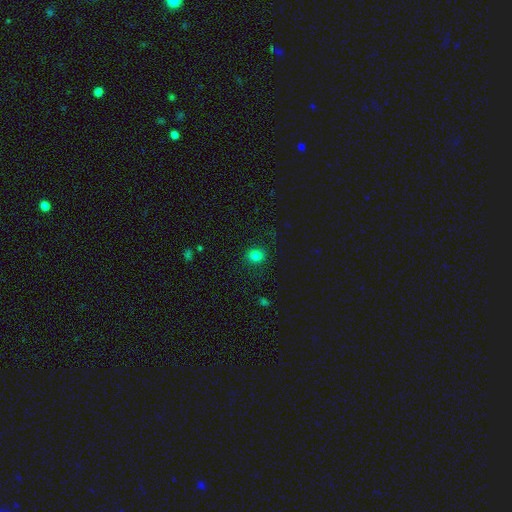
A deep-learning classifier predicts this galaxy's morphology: Smooth or featured? smooth (82%)
How rounded? round (74%)
Merging? none (87%)